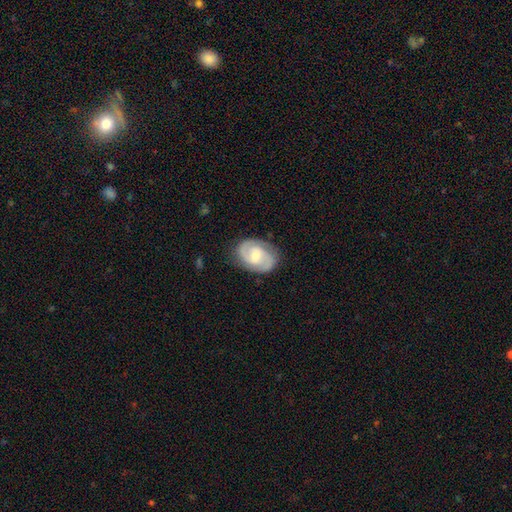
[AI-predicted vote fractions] A featured or disk galaxy (81%) with a weak bar (55%), 2 (89%) medium (49%) spiral arms (96%) and a moderate central bulge (54%).

Vote fractions:
- Smooth or featured? featured or disk: 81% / smooth: 14% / star or artifact: 5%
- Edge-on disk? no: 98% / yes: 2%
- Bar? weak: 55% / no: 32% / strong: 13%
- Spiral arms? yes: 96% / no: 4%
- Spiral winding? medium: 49% / tight: 39% / loose: 12%
- Spiral arm count? 2: 89% / can't tell: 5% / 3: 2% / 1: 2% / 4: 1% / more than 4: 1%
- Bulge size? moderate: 54% / small: 34% / large: 6% / none: 4% / dominant: 1%
- Merging? none: 81% / minor disturbance: 14% / major disturbance: 4% / merger: 1%